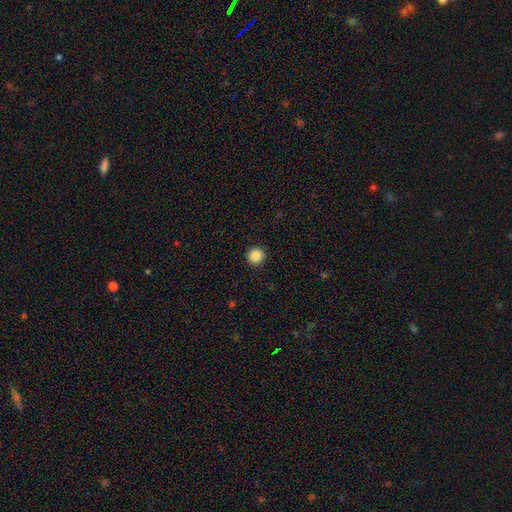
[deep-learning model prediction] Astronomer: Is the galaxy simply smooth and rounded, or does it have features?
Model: smooth — 87%.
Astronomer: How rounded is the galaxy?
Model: round — 95%.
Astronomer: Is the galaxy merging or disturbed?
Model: none — 93%.